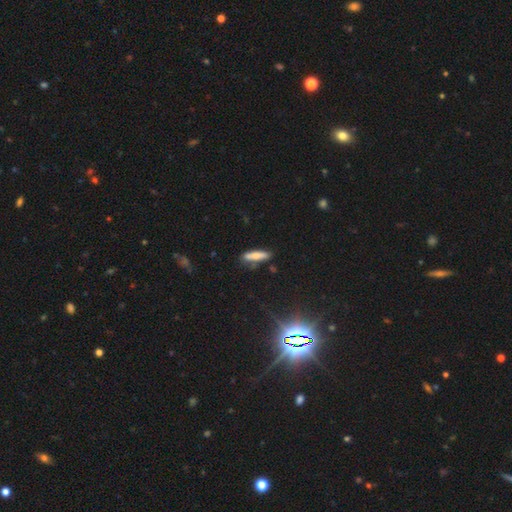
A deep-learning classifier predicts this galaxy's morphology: This is likely a smooth galaxy (68%). How rounded: likely cigar-shaped (65%). Merging: likely none (72%).